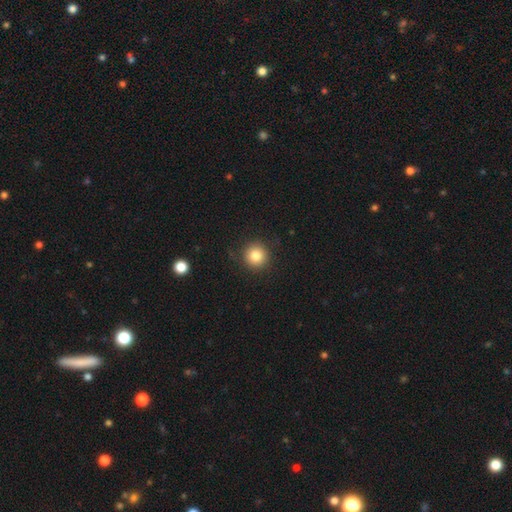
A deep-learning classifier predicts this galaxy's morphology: This appears to be a smooth galaxy with no disk features (83%) that is round (94%). Merging: none (89%).